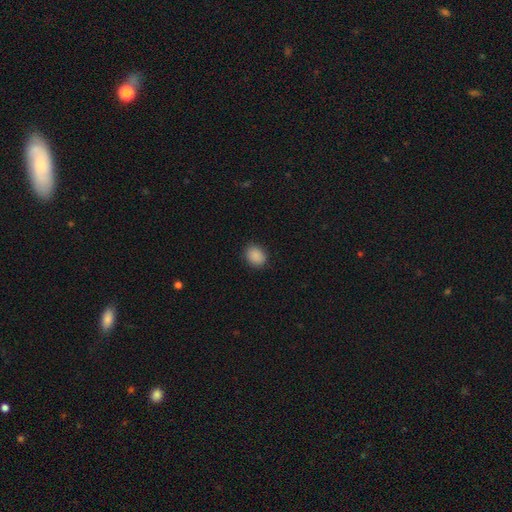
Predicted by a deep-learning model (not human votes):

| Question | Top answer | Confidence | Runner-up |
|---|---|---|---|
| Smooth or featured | smooth | 89% | star or artifact (8%) |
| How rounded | in between | 52% | round (47%) |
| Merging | none | 88% | minor disturbance (9%) |